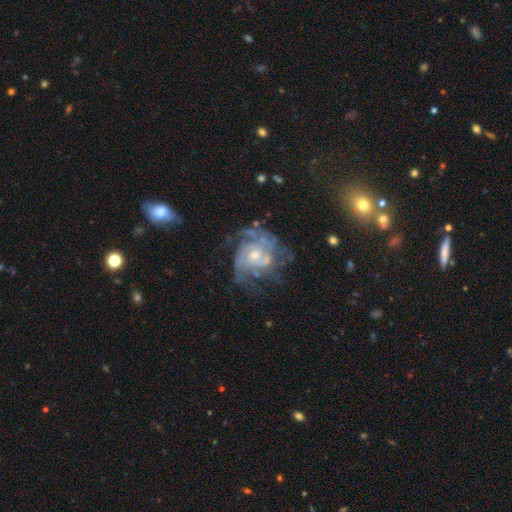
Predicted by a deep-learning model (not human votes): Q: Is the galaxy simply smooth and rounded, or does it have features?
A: featured or disk — 88%.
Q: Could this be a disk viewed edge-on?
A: no — 98%.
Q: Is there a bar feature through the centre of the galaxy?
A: no — 69%.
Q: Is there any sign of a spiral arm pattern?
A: yes — 94%.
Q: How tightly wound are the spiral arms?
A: tight — 54%.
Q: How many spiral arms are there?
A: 2 — 33%.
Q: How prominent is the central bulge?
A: moderate — 50%.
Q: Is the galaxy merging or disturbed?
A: none — 52%.